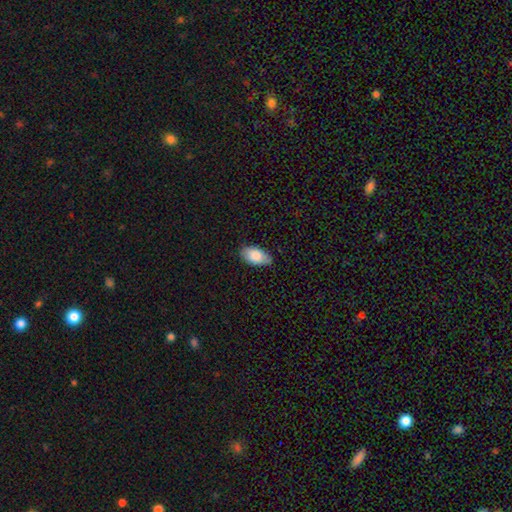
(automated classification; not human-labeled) This is clearly a smooth galaxy (85%). How rounded: clearly in between (94%). Merging: likely none (78%).